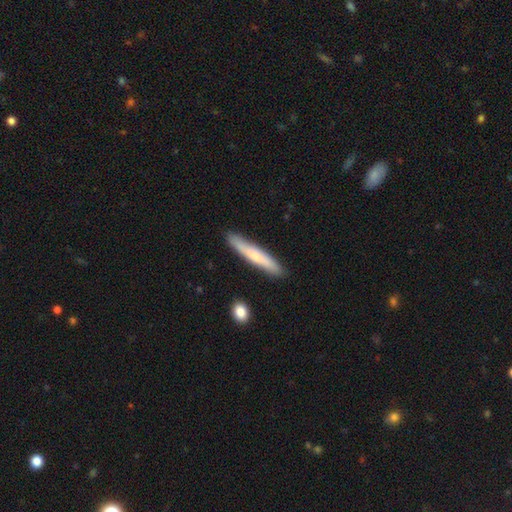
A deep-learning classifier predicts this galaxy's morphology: smooth 65%, featured or disk 30%, star or artifact 6%. Down the decision tree: how rounded — cigar-shaped (94%); merging — none (87%).